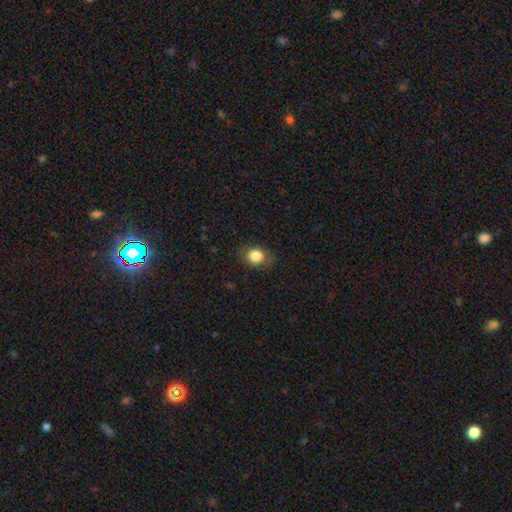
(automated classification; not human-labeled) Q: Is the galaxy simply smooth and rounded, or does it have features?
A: smooth — 83%.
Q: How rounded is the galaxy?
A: round — 56%.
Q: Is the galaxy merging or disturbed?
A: none — 78%.